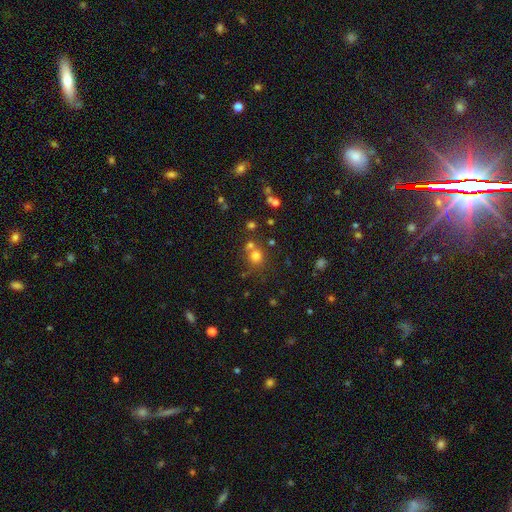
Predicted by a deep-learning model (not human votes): The model was most divided on "merging": none: 60%, merger: 26%, minor disturbance: 9%, major disturbance: 4%. More confident: how rounded — round (86%); smooth or featured — smooth (71%).